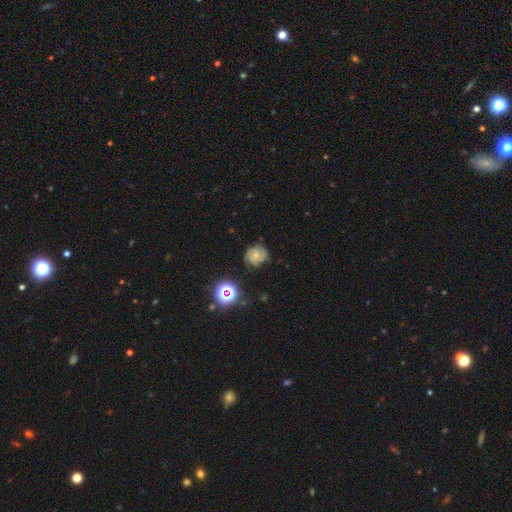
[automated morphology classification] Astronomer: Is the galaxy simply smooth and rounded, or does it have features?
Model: featured or disk — 61%.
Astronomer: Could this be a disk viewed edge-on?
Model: no — 98%.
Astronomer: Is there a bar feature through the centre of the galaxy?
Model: no — 61%.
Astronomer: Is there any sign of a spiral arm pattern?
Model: yes — 91%.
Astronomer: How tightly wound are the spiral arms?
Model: tight — 49% (runner-up: medium, 41%).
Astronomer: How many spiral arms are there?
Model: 2 — 36% (runner-up: 3, 31%).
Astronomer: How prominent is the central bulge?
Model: small — 57%.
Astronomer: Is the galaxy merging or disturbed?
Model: none — 73%.